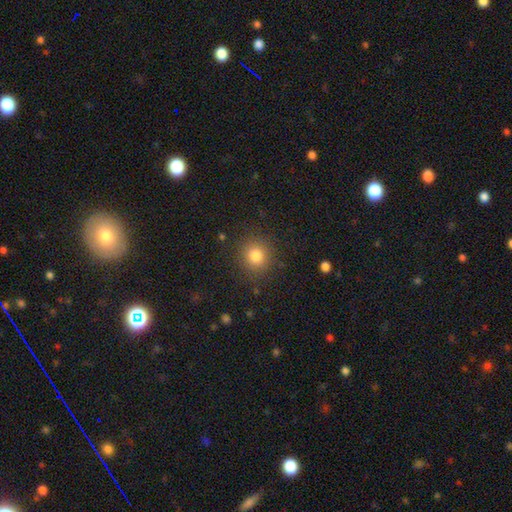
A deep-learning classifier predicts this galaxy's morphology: smooth_or_featured: smooth (p=0.82) [alt: star or artifact p=0.12]
how_rounded: round (p=0.87) [alt: in between p=0.12]
merging: none (p=0.87) [alt: minor disturbance p=0.08]